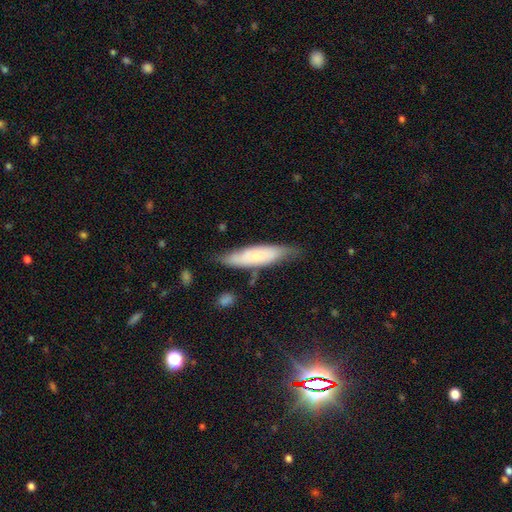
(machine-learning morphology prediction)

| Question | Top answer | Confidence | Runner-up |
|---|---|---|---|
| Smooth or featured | smooth | 52% | featured or disk (41%) |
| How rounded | cigar-shaped | 68% | in between (31%) |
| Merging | none | 72% | minor disturbance (21%) |